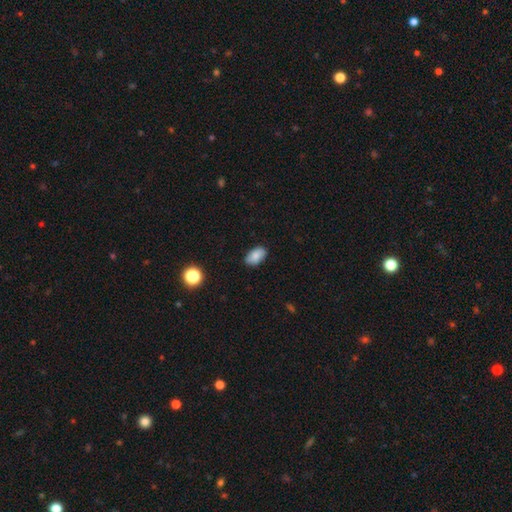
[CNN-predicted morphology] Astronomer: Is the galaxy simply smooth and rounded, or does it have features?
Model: smooth — 82%.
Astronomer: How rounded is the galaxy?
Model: in between — 92%.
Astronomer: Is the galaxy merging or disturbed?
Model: none — 84%.